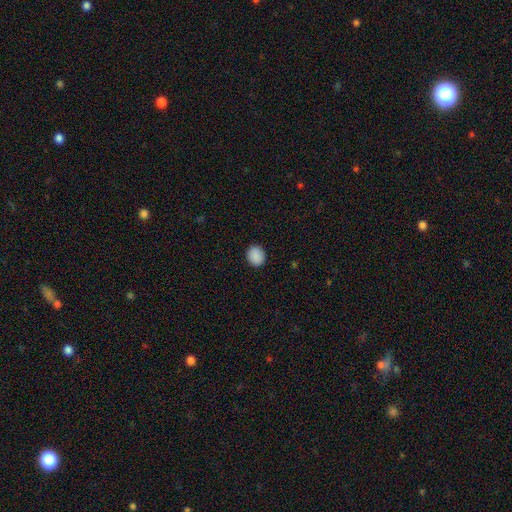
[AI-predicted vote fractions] smooth-or-featured: smooth: 90% | star or artifact: 8% | featured or disk: 3%
  how-rounded: round: 67% | in between: 32% | cigar-shaped: 1%
  merging: none: 90% | minor disturbance: 7% | major disturbance: 2% | merger: 1%